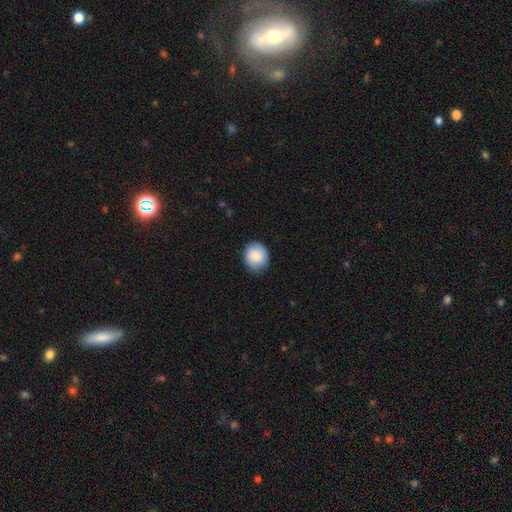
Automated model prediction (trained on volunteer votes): Smooth or featured? smooth (87%)
How rounded? round (71%)
Merging? none (83%)